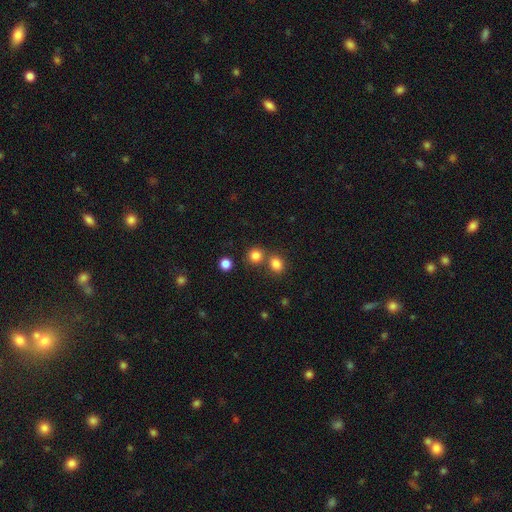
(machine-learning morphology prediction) smooth 82%, star or artifact 13%, featured or disk 5%. Down the decision tree: how rounded — round (84%); merging — none (65%).